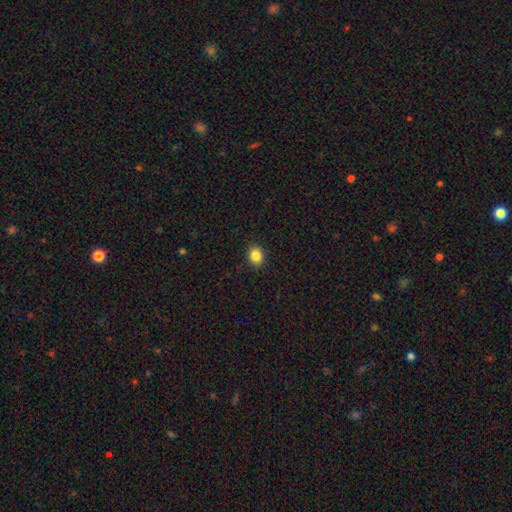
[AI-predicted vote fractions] Q: Smooth or featured?
A: smooth (86%); runner-up: star or artifact (10%)
Q: How rounded?
A: round (53%); runner-up: in between (46%)
Q: Merging?
A: none (90%); runner-up: minor disturbance (7%)